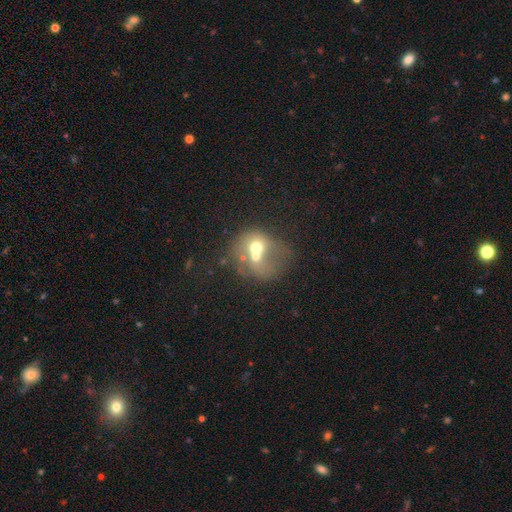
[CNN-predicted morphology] smooth_or_featured: smooth (p=0.51) [alt: featured or disk p=0.36]
how_rounded: round (p=0.64) [alt: in between p=0.35]
merging: merger (p=0.70) [alt: none p=0.13]